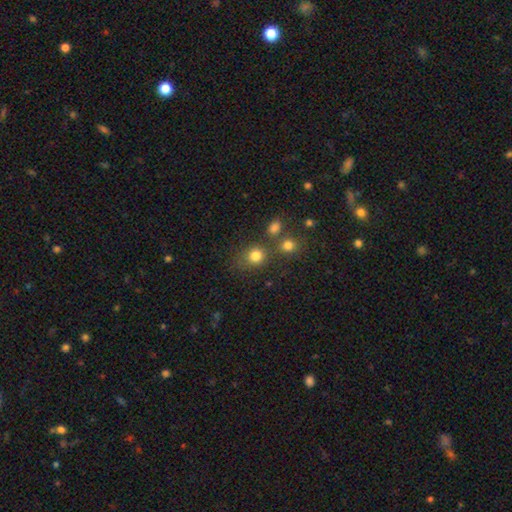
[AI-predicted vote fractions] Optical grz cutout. It shows a smooth galaxy with no disk features (79%) that is round (81%). Merging: none (64%).